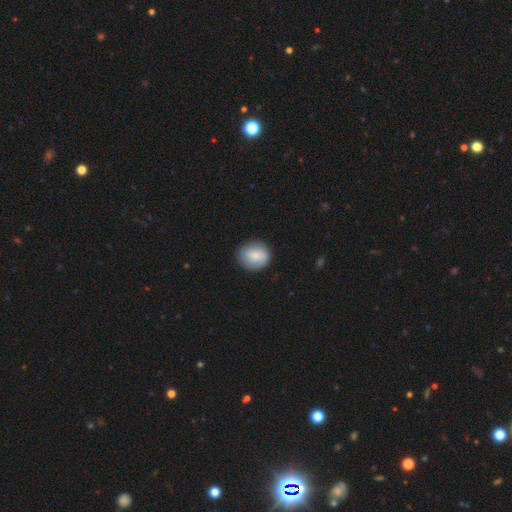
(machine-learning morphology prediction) A smooth galaxy with no disk features (83%) that is round (73%). Merging: none (84%).